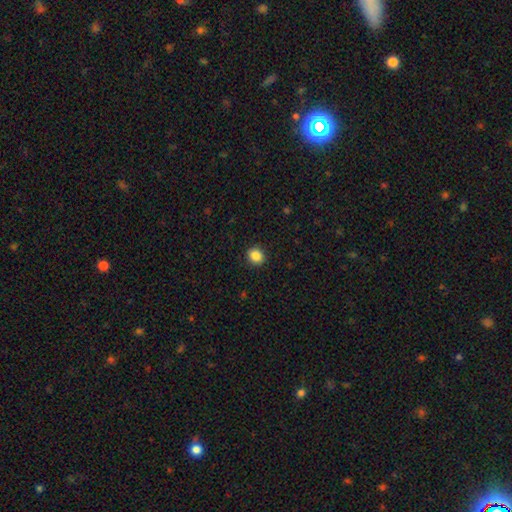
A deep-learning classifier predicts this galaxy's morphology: This is clearly a smooth galaxy (86%). How rounded: clearly round (83%). Merging: clearly none (92%).